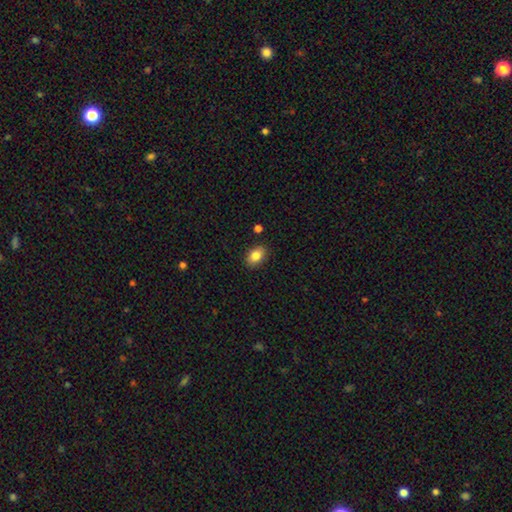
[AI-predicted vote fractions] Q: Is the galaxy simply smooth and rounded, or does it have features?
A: smooth — 84%.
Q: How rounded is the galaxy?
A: in between — 83%.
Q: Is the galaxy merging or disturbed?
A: none — 86%.